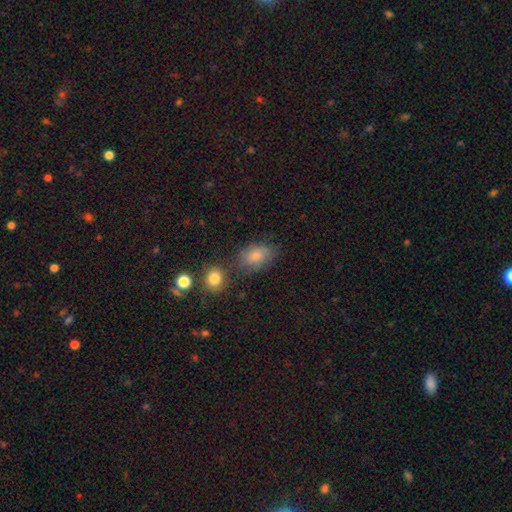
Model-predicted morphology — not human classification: Smooth or featured?
  - smooth: 74% *
  - star or artifact: 13%
  - featured or disk: 12%
How rounded?
  - in between: 81% *
  - round: 18%
  - cigar-shaped: 2%
Merging?
  - none: 70% *
  - minor disturbance: 18%
  - merger: 7%
  - major disturbance: 5%